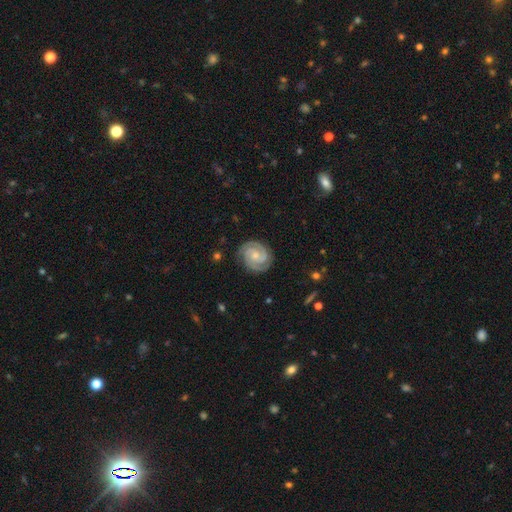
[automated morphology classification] Smooth or featured? Predicted: featured or disk (p=0.90). Edge-on disk? Predicted: no (p=0.98). Bar? Predicted: no (p=0.65). Spiral arms? Predicted: yes (p=0.98). Spiral winding? Predicted: tight (p=0.76). Spiral arm count? Predicted: 2 (p=0.71). Bulge size? Predicted: small (p=0.64). Merging? Predicted: none (p=0.84).